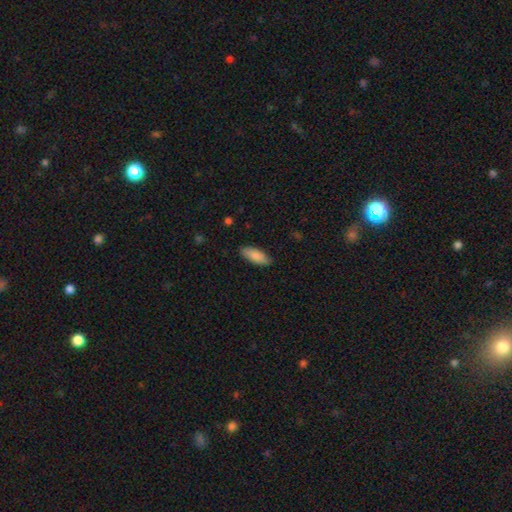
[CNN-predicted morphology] Smooth or featured: smooth — 87% (featured or disk — 8%)
How rounded: in between — 76% (cigar-shaped — 22%)
Merging: none — 87% (minor disturbance — 10%)